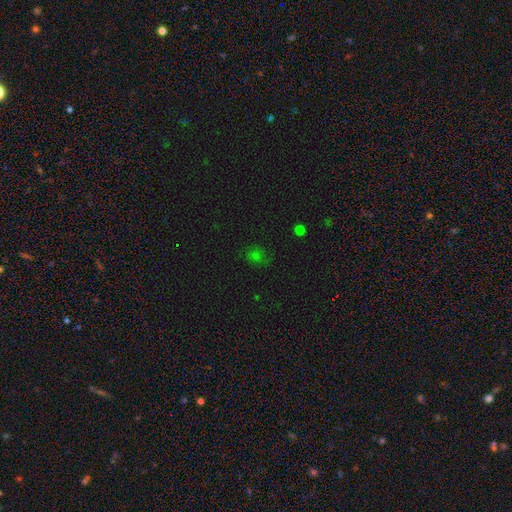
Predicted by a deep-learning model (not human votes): This is possibly a smooth galaxy (53%). How rounded: likely round (67%). Merging: likely none (77%).